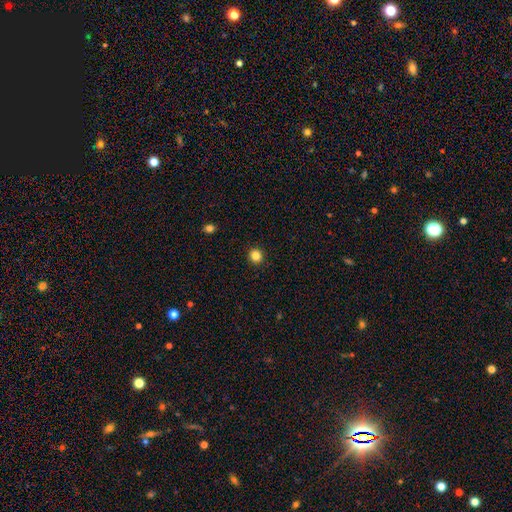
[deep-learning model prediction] This is clearly a smooth galaxy (84%). How rounded: clearly round (91%). Merging: clearly none (93%).